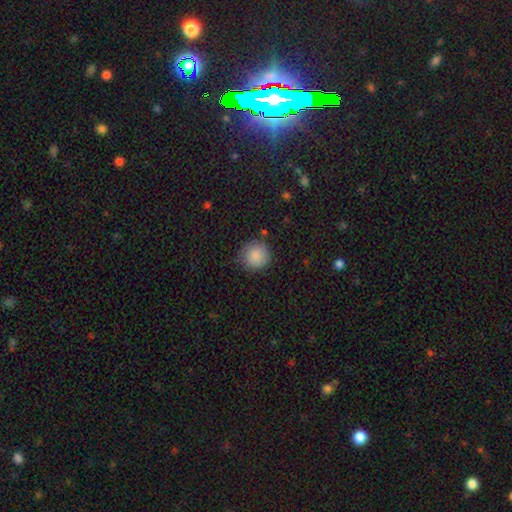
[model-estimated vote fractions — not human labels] Smooth or featured? Predicted: smooth (p=0.87). How rounded? Predicted: round (p=0.93). Merging? Predicted: none (p=0.80).